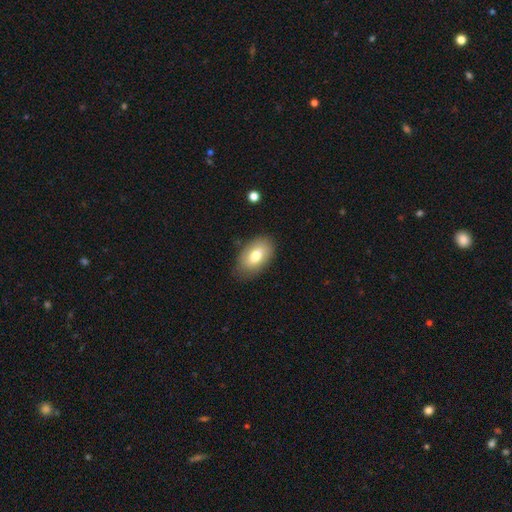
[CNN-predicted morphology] A smooth galaxy with no disk features (75%) that is in between round and cigar-shaped (92%). Merging: none (80%).